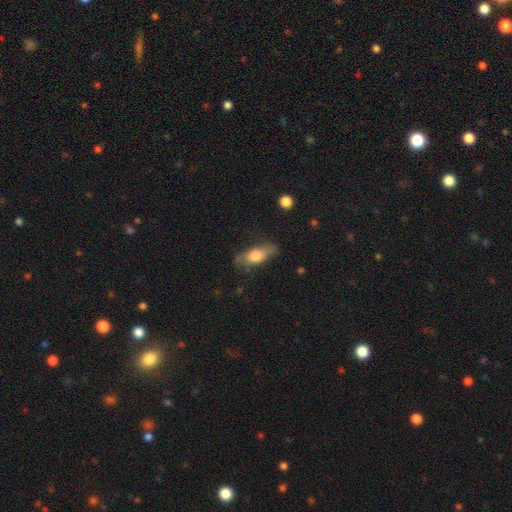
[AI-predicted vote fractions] smooth-or-featured: smooth: 66% | featured or disk: 26% | star or artifact: 7%
  how-rounded: in between: 78% | cigar-shaped: 18% | round: 4%
  merging: none: 58% | minor disturbance: 28% | major disturbance: 12% | merger: 2%